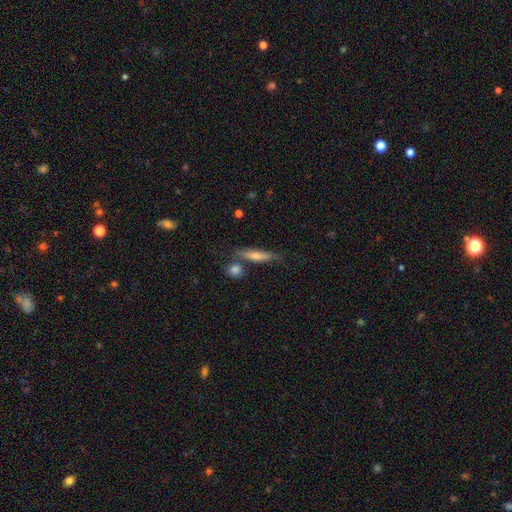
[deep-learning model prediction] Smooth or featured: smooth — 51% (featured or disk — 40%)
How rounded: cigar-shaped — 79% (in between — 17%)
Merging: none — 64% (minor disturbance — 17%)